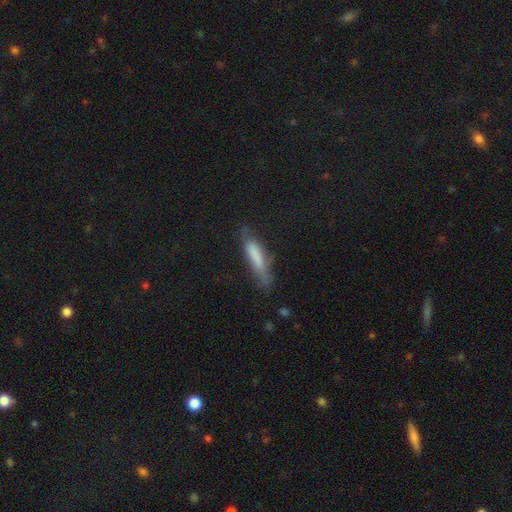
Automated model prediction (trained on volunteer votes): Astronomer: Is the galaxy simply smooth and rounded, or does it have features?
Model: smooth — 72%.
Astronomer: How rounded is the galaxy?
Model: cigar-shaped — 79%.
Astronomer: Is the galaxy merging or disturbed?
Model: none — 60%.